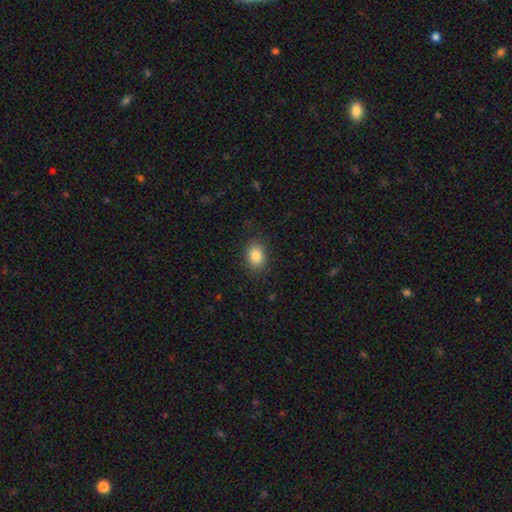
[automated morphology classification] Smooth or featured? Predicted: smooth (p=0.84). How rounded? Predicted: in between (p=0.71). Merging? Predicted: none (p=0.87).